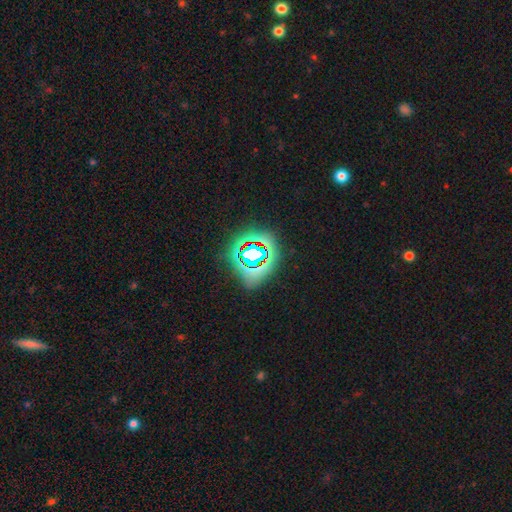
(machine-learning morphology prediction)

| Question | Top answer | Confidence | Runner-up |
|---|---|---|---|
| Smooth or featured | star or artifact | 65% | smooth (23%) |